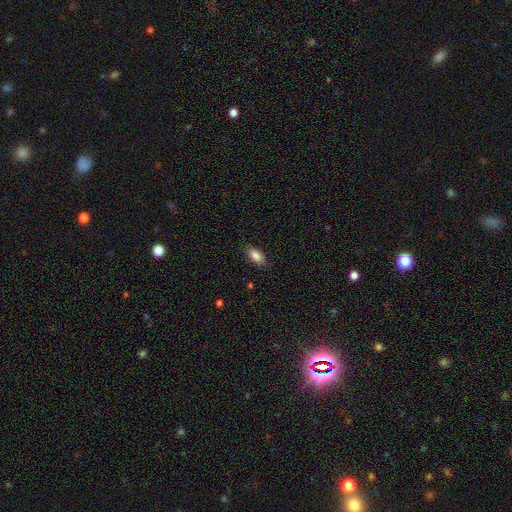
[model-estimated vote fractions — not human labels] A smooth galaxy with no disk features (87%) that is in between round and cigar-shaped (90%). Merging: none (85%).